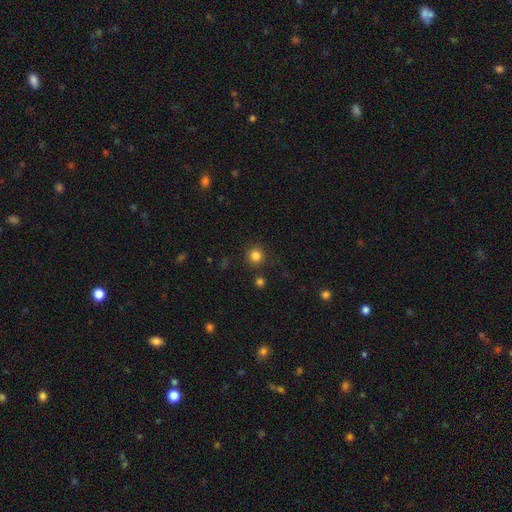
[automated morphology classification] smooth 83%, star or artifact 13%, featured or disk 4%. Down the decision tree: how rounded — round (94%); merging — none (87%).